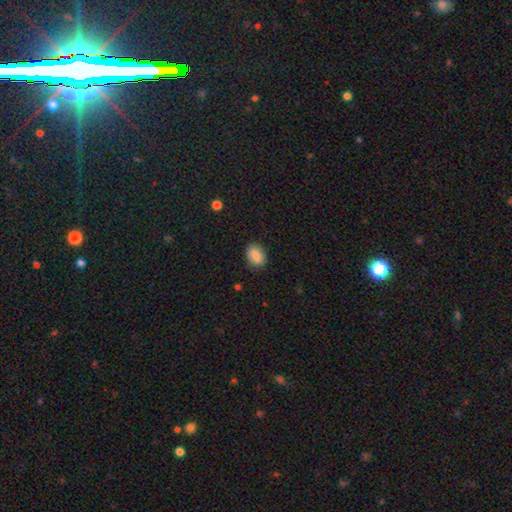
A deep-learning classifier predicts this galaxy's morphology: This is clearly a smooth galaxy (86%). How rounded: likely in between (69%). Merging: clearly none (85%).